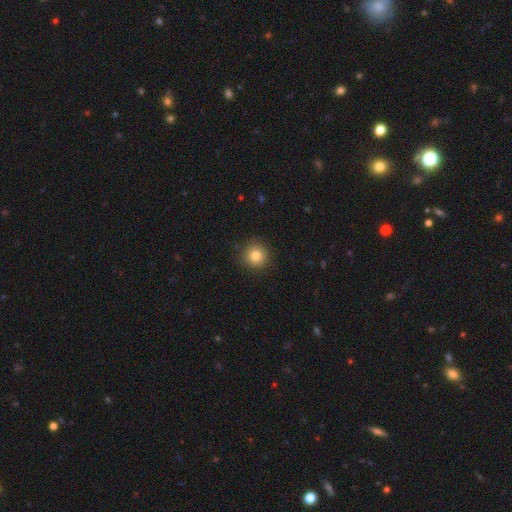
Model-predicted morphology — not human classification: The model was most divided on "smooth or featured": smooth: 82%, star or artifact: 12%, featured or disk: 7%. More confident: how rounded — round (94%); merging — none (90%).